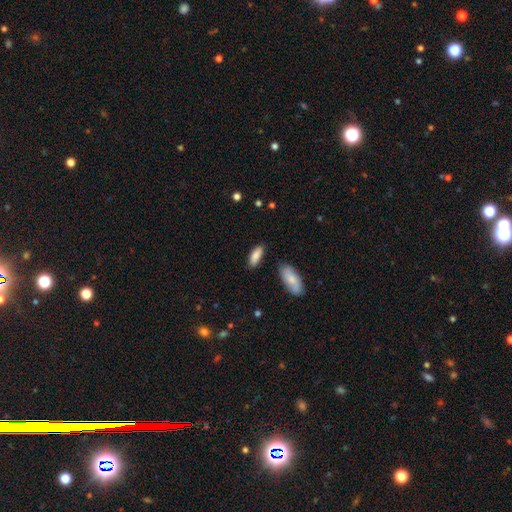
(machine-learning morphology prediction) A smooth galaxy with no disk features (86%) that is in between round and cigar-shaped (74%).

Vote fractions:
- Smooth or featured? smooth: 86% / featured or disk: 8% / star or artifact: 6%
- How rounded? in between: 74% / cigar-shaped: 23% / round: 2%
- Merging? none: 81% / minor disturbance: 12% / merger: 3% / major disturbance: 3%